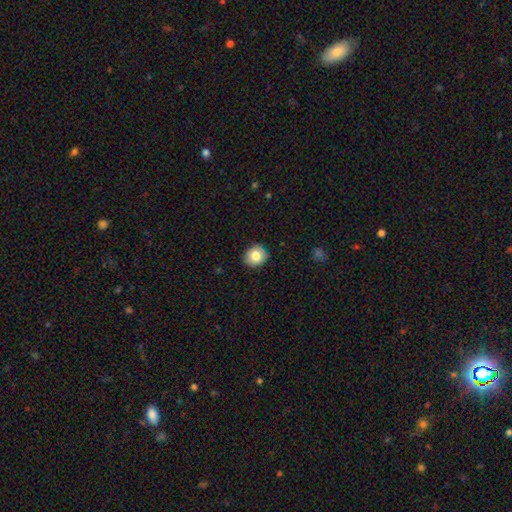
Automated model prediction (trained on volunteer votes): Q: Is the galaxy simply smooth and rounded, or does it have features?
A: smooth — 81%.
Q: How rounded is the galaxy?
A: round — 80%.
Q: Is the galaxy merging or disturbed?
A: none — 88%.